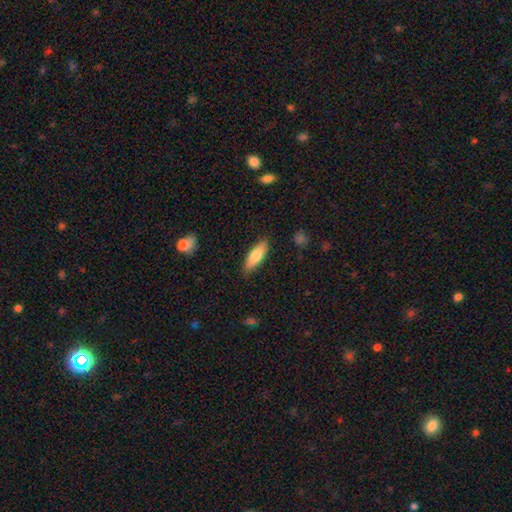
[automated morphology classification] smooth_or_featured: smooth (p=0.75) [alt: featured or disk p=0.19]
how_rounded: in between (p=0.56) [alt: cigar-shaped p=0.42]
merging: none (p=0.87) [alt: minor disturbance p=0.10]